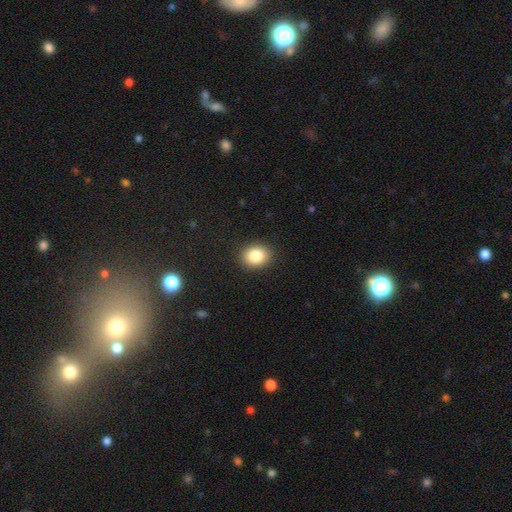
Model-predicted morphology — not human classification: smooth-or-featured: smooth: 85% | star or artifact: 9% | featured or disk: 6%
  how-rounded: in between: 50% | round: 49% | cigar-shaped: 1%
  merging: none: 89% | minor disturbance: 7% | major disturbance: 2% | merger: 1%